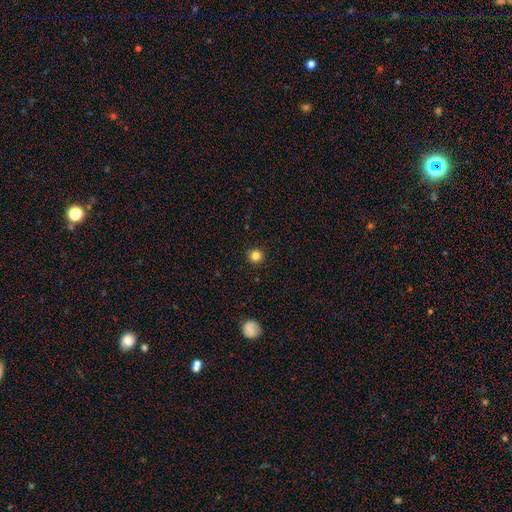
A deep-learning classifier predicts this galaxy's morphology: smooth_or_featured: smooth (p=0.83) [alt: star or artifact p=0.13]
how_rounded: round (p=0.94) [alt: in between p=0.05]
merging: none (p=0.91) [alt: minor disturbance p=0.06]